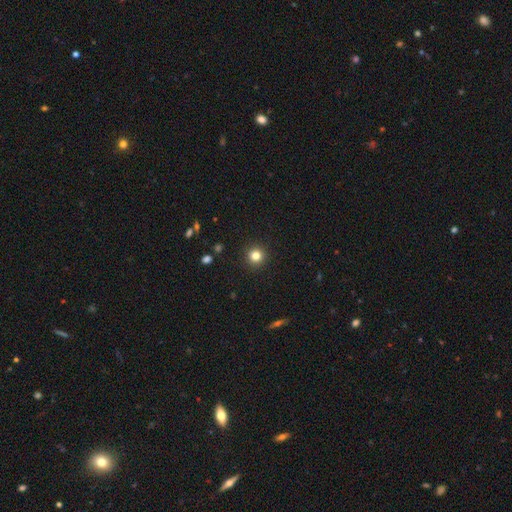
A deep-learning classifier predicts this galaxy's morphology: Smooth or featured? Predicted: smooth (p=0.81). How rounded? Predicted: round (p=0.95). Merging? Predicted: none (p=0.93).